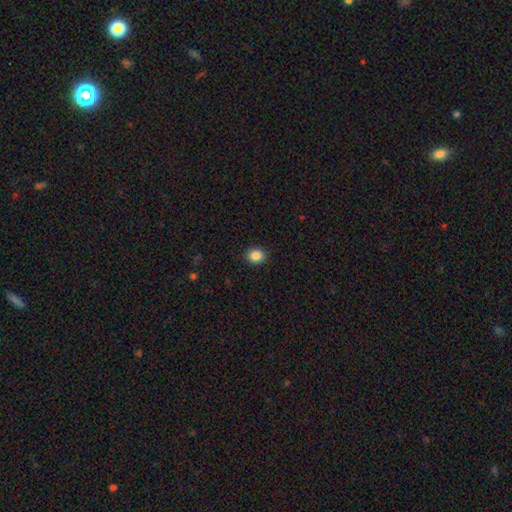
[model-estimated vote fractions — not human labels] Smooth or featured? smooth (86%)
How rounded? round (65%)
Merging? none (91%)